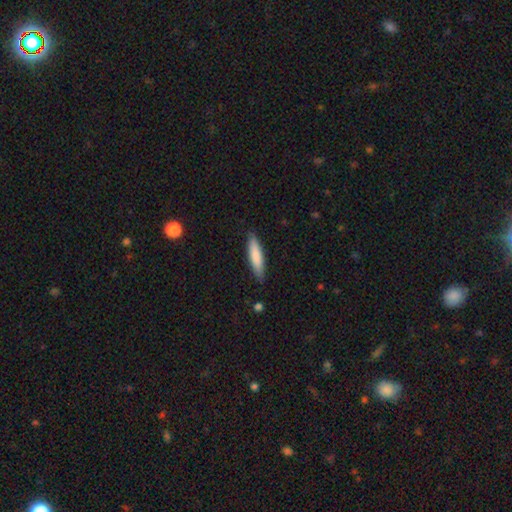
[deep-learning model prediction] Smooth or featured?
  - smooth: 80% *
  - featured or disk: 15%
  - star or artifact: 5%
How rounded?
  - cigar-shaped: 79% *
  - in between: 20%
  - round: 1%
Merging?
  - none: 86% *
  - minor disturbance: 11%
  - major disturbance: 2%
  - merger: 1%